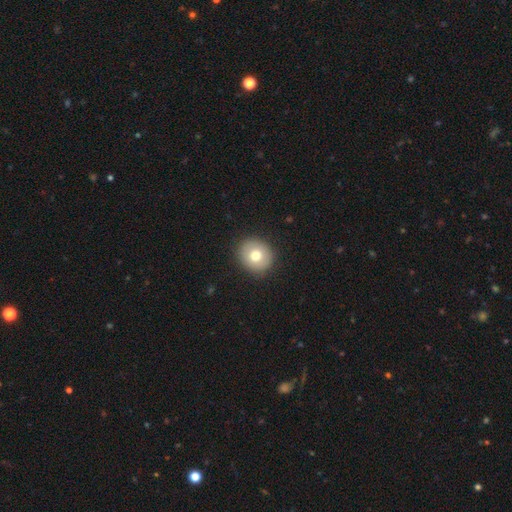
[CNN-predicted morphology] This is likely a smooth galaxy (73%). How rounded: clearly round (86%). Merging: clearly none (90%).